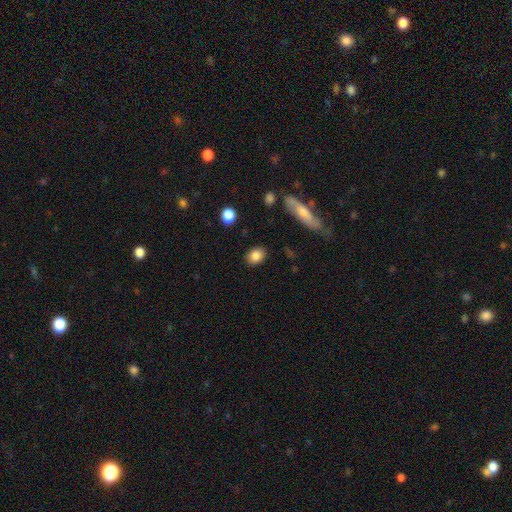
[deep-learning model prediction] smooth_or_featured: smooth (p=0.85) [alt: star or artifact p=0.08]
how_rounded: in between (p=0.65) [alt: round p=0.32]
merging: none (p=0.86) [alt: minor disturbance p=0.10]